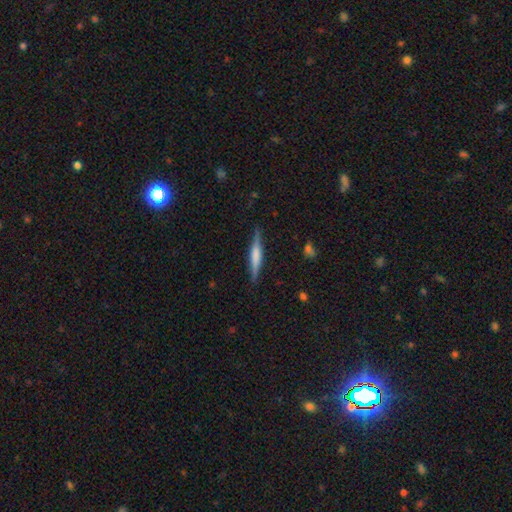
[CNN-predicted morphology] This appears to be a featured or disk galaxy (54%) viewed edge-on (96%) with a boxy central bulge (40%). Merging: none (86%).